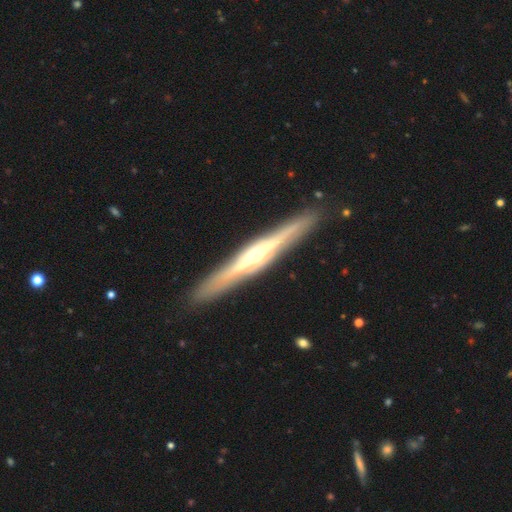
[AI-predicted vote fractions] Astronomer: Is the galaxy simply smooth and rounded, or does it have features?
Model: featured or disk — 81%.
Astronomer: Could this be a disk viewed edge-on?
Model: yes — 97%.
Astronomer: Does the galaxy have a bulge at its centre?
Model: rounded — 85%.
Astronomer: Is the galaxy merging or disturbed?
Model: none — 90%.